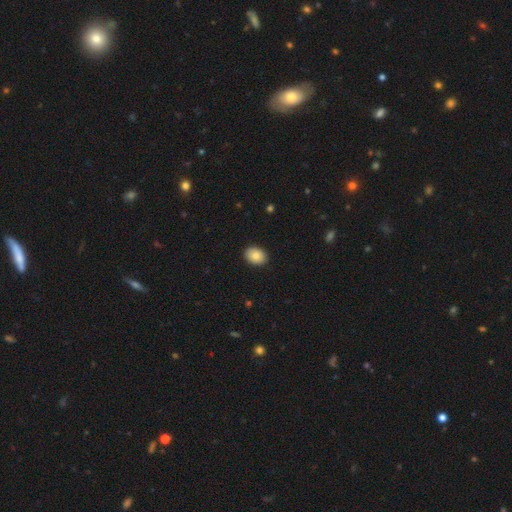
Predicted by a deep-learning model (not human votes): A smooth galaxy with no disk features (85%) that is in between round and cigar-shaped (74%). Merging: none (90%).